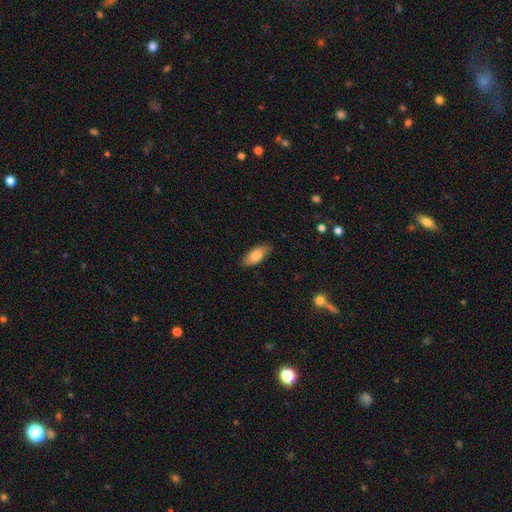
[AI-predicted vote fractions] Overall: smooth (82%). How rounded: in between (85%). Merging: none (83%).